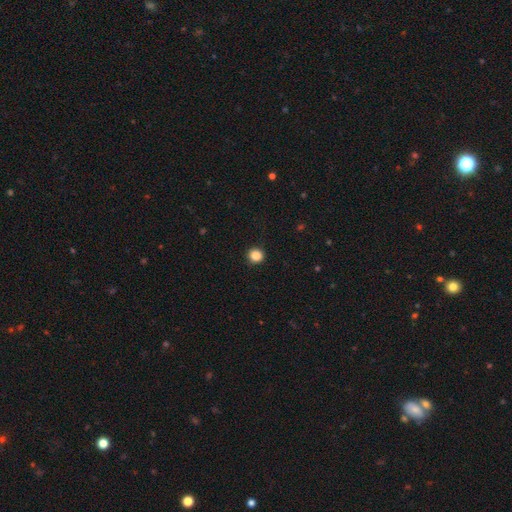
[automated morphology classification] Smooth or featured?
  - smooth: 86% *
  - star or artifact: 11%
  - featured or disk: 3%
How rounded?
  - round: 90% *
  - in between: 9%
  - cigar-shaped: 1%
Merging?
  - none: 92% *
  - minor disturbance: 5%
  - major disturbance: 2%
  - merger: 1%